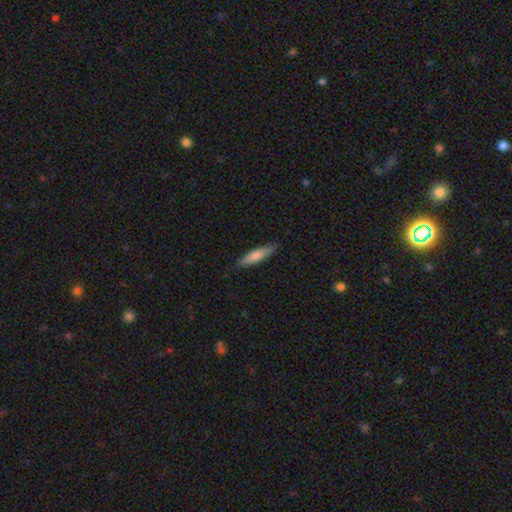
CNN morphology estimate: Overall: smooth (75%). How rounded: cigar-shaped (77%). Merging: none (85%).